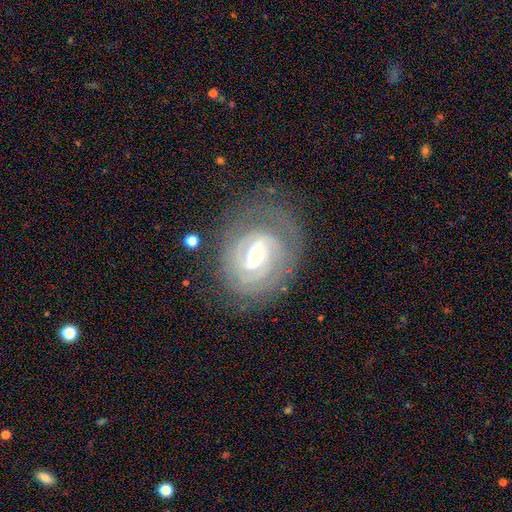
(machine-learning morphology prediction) Smooth or featured? Predicted: featured or disk (p=0.87). Edge-on disk? Predicted: no (p=0.97). Bar? Predicted: weak (p=0.46). Spiral arms? Predicted: yes (p=0.96). Spiral winding? Predicted: tight (p=0.72). Spiral arm count? Predicted: 2 (p=0.43). Bulge size? Predicted: small (p=0.63). Merging? Predicted: none (p=0.72).